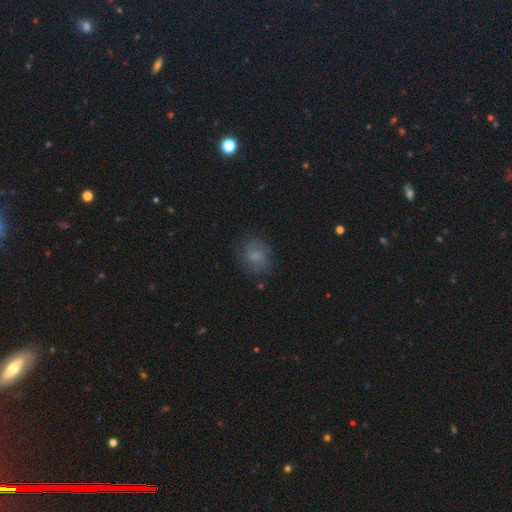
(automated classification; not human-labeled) Smooth or featured? smooth (61%)
How rounded? round (72%)
Merging? none (74%)